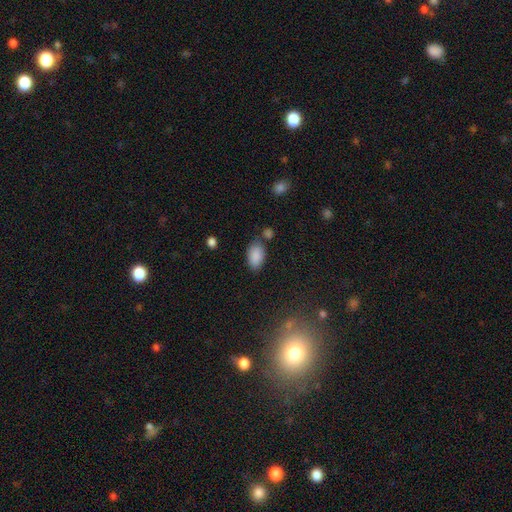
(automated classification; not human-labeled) Overall: smooth (88%). How rounded: in between (93%). Merging: none (71%).